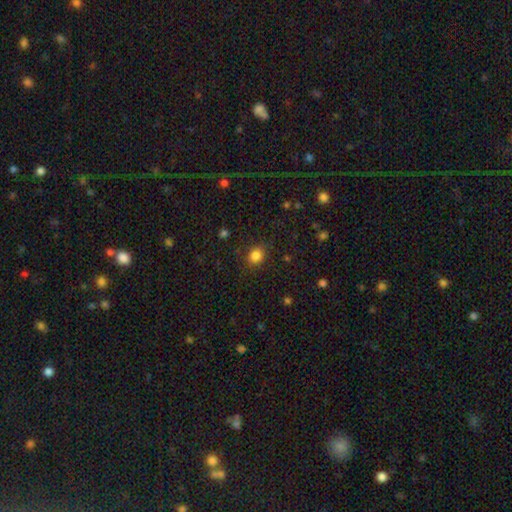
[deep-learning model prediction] Overall: smooth (84%). How rounded: round (68%; in between 31%). Merging: none (86%).